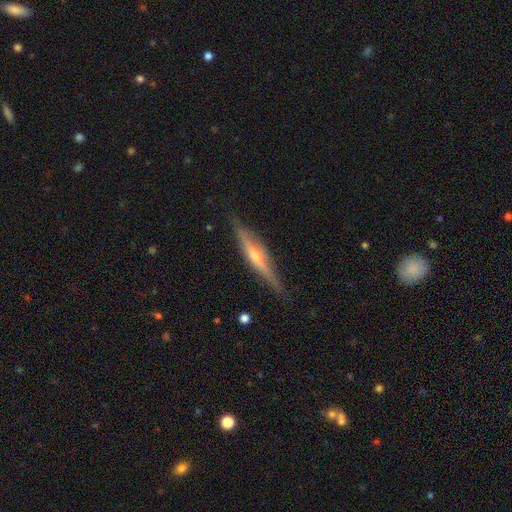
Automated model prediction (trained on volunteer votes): Smooth or featured: featured or disk — 75% (smooth — 19%)
Edge-on disk: yes — 97% (no — 3%)
Edge-on bulge: rounded — 82% (none — 11%)
Merging: none — 87% (minor disturbance — 10%)